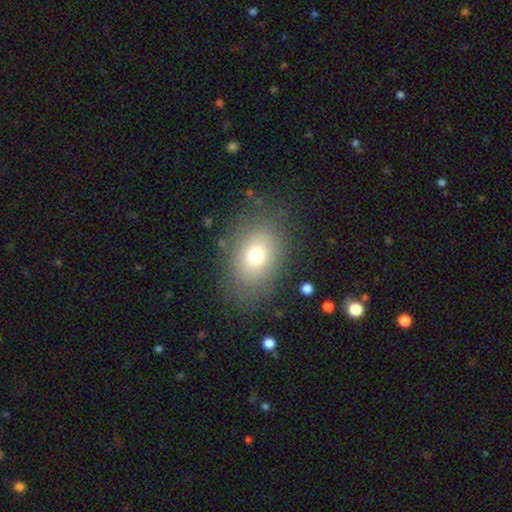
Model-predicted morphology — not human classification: Smooth or featured? Predicted: smooth (p=0.71). How rounded? Predicted: in between (p=0.68). Merging? Predicted: none (p=0.80).